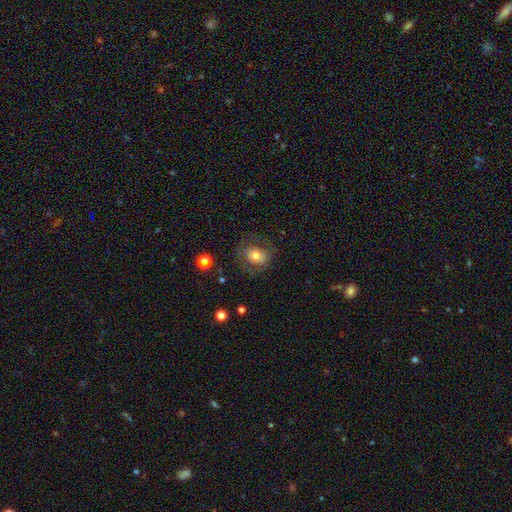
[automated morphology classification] A smooth galaxy with no disk features (64%) that is in between round and cigar-shaped (50%).

Vote fractions:
- Smooth or featured? smooth: 64% / featured or disk: 26% / star or artifact: 9%
- How rounded? in between: 50% / round: 49% / cigar-shaped: 1%
- Merging? none: 70% / minor disturbance: 16% / major disturbance: 12% / merger: 2%